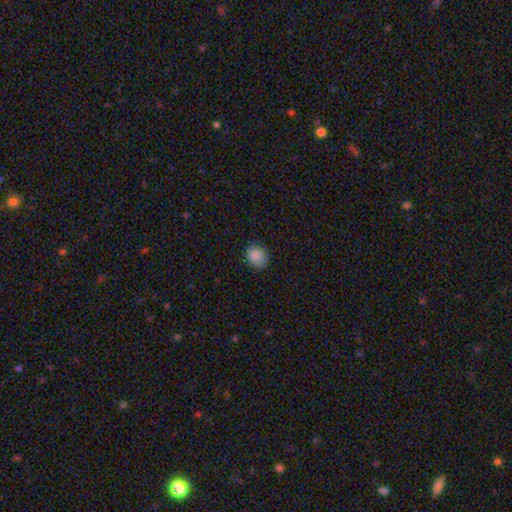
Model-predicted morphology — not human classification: smooth 87%, star or artifact 9%, featured or disk 4%. Down the decision tree: how rounded — round (69%); merging — none (83%).